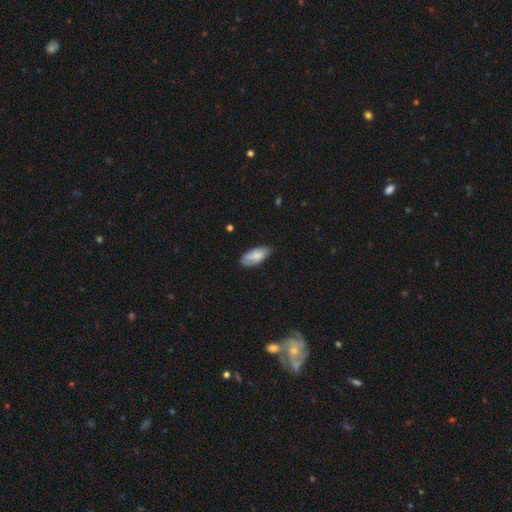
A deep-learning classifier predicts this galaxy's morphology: Smooth or featured? Predicted: smooth (p=0.73). How rounded? Predicted: in between (p=0.89). Merging? Predicted: none (p=0.70).